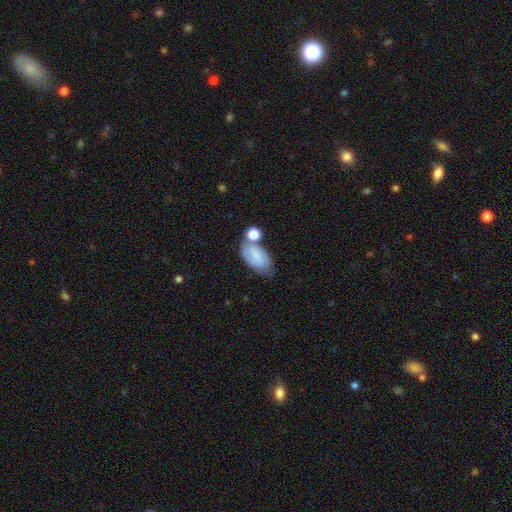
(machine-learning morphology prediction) type=smooth (72%); roundness=in between (92%); merging=none (41%).